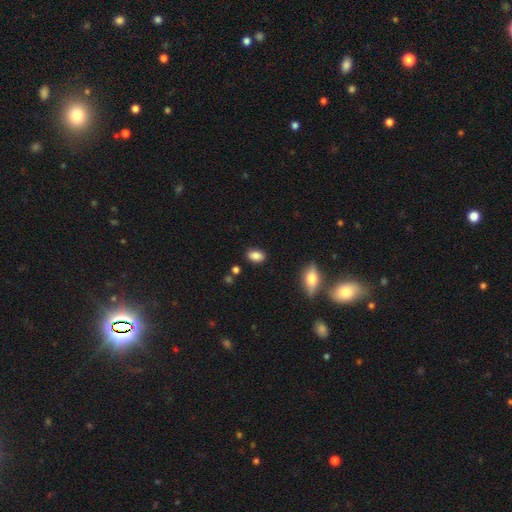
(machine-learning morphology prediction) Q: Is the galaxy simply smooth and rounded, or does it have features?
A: smooth — 85%.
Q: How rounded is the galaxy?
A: in between — 85%.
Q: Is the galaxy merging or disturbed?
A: none — 85%.